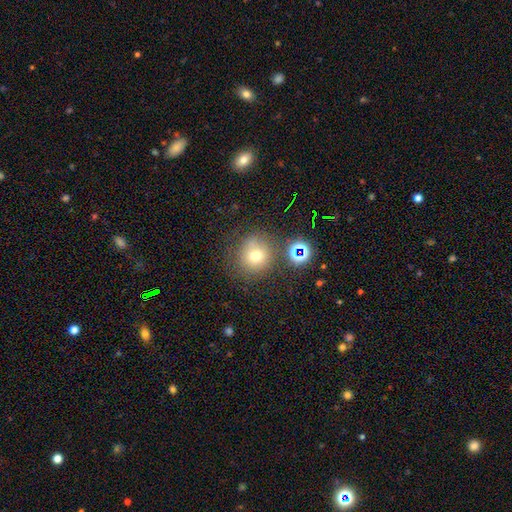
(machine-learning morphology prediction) Smooth or featured? smooth (69%)
How rounded? round (91%)
Merging? none (72%)